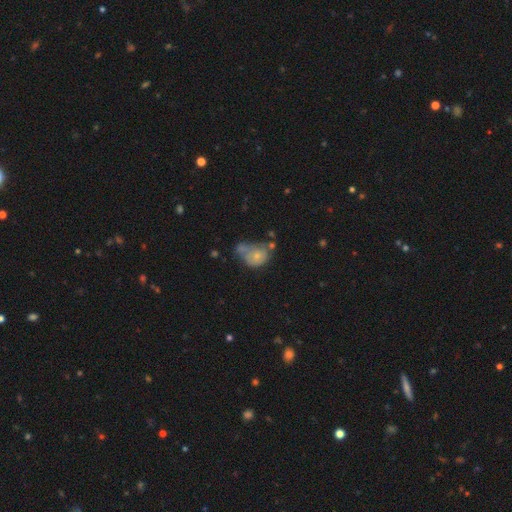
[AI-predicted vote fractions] A smooth galaxy with no disk features (62%) that is in between round and cigar-shaped (51%). Merging: merger (39%).